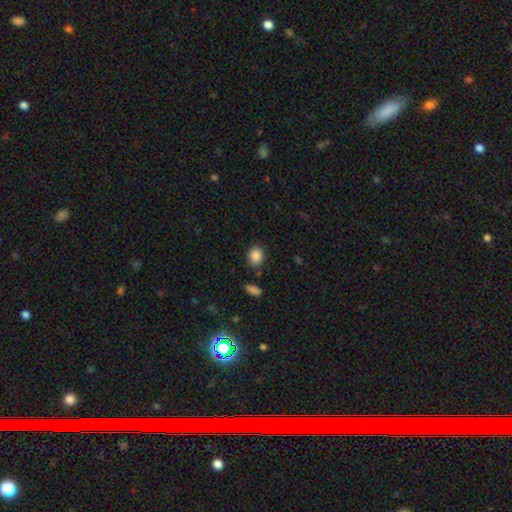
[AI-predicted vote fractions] smooth_or_featured: smooth (p=0.87) [alt: star or artifact p=0.09]
how_rounded: round (p=0.55) [alt: in between p=0.44]
merging: none (p=0.82) [alt: minor disturbance p=0.12]